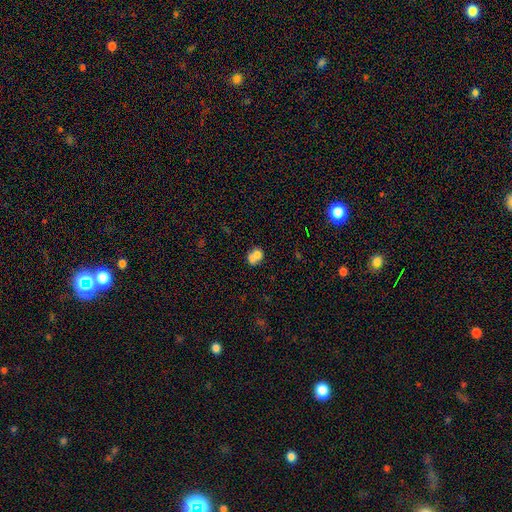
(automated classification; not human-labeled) A smooth galaxy with no disk features (70%) that is round (59%). Merging: merger (50%).